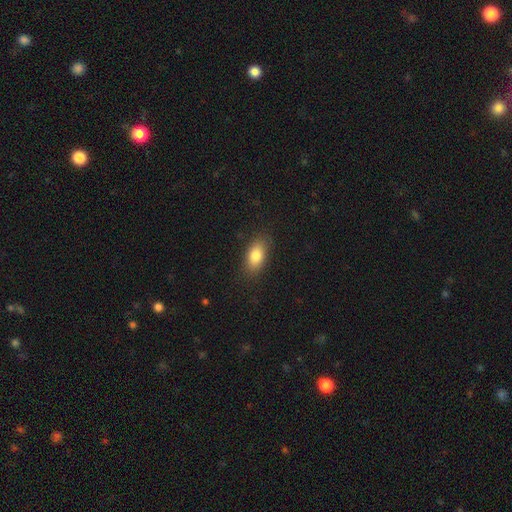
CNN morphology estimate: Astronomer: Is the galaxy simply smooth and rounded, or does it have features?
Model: smooth — 81%.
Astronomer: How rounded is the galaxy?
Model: in between — 88%.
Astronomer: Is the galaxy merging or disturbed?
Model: none — 85%.